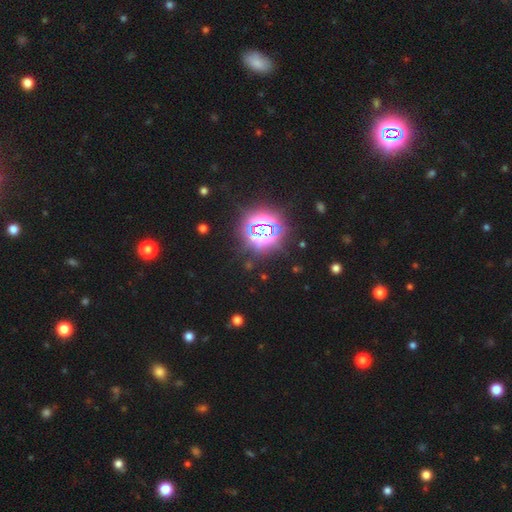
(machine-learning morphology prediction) smooth-or-featured: star or artifact: 77% | smooth: 16% | featured or disk: 6%